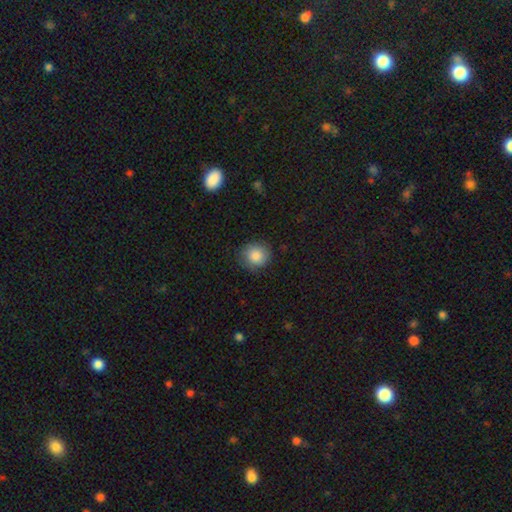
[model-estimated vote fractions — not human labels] This is clearly a smooth galaxy (87%). How rounded: clearly round (87%). Merging: clearly none (83%).